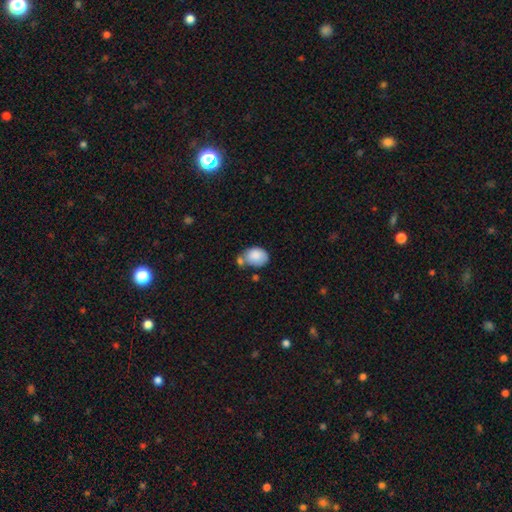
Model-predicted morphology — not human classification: This is clearly a smooth galaxy (85%). How rounded: likely in between (68%). Merging: marginally none (42%).